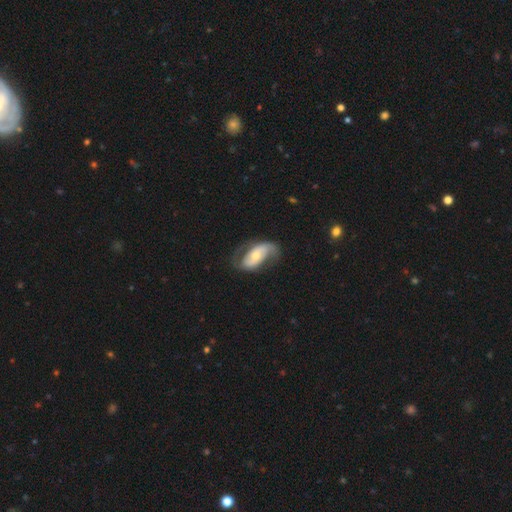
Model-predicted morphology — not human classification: type=featured or disk (72%); edge-on=no (94%); bar=no (53%); spiral arms=yes (85%); winding=loose (45%); arm count=2 (79%); bulge=moderate (49%); merging=none (58%).